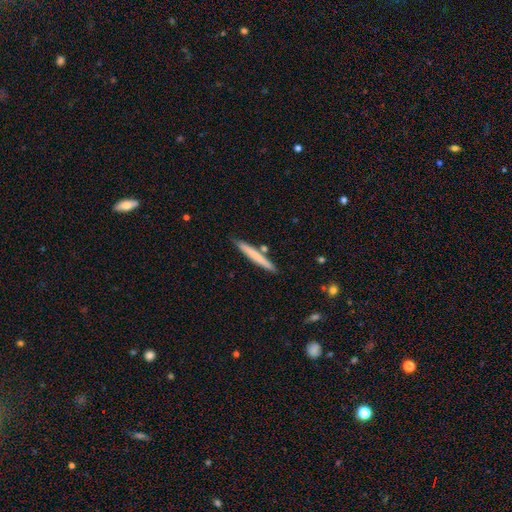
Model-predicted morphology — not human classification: type=smooth (66%); roundness=cigar-shaped (97%); merging=none (86%).